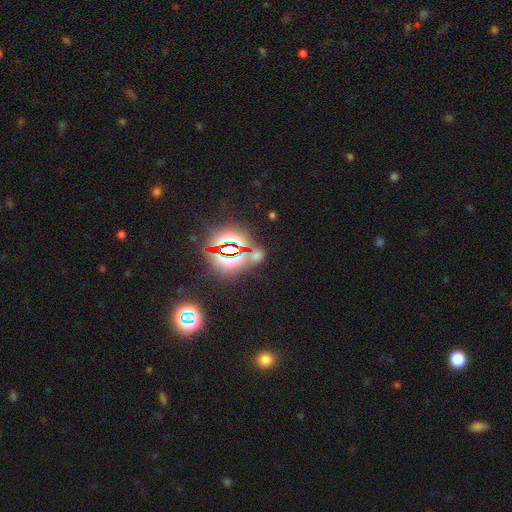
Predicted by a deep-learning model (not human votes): star or artifact 68%, smooth 24%, featured or disk 8%.